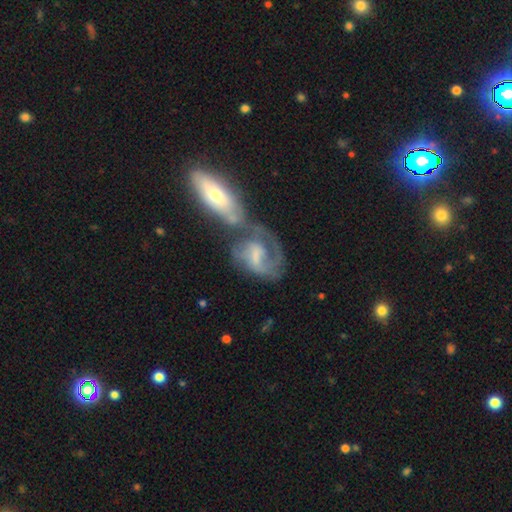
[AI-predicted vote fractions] smooth_or_featured: featured or disk (p=0.69) [alt: smooth p=0.24]
disk_edge_on: no (p=0.95) [alt: yes p=0.05]
bar: weak (p=0.45) [alt: no p=0.38]
has_spiral_arms: yes (p=0.81) [alt: no p=0.19]
spiral_winding: medium (p=0.40) [alt: tight p=0.38]
spiral_arm_count: 1 (p=0.39) [alt: 2 p=0.31]
bulge_size: moderate (p=0.34) [alt: small p=0.28]
merging: merger (p=0.58) [alt: none p=0.18]